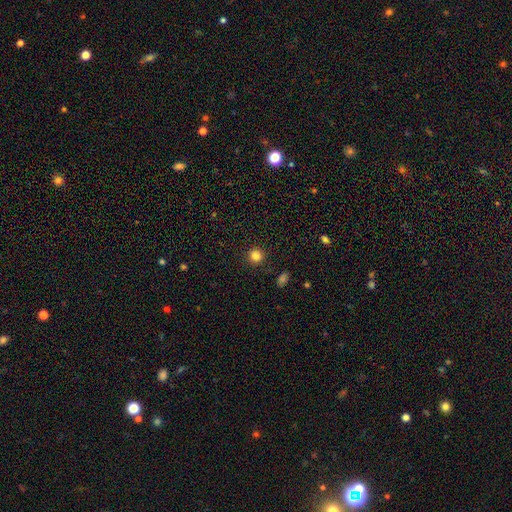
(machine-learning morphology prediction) A smooth galaxy with no disk features (82%) that is round (93%). Merging: none (91%).